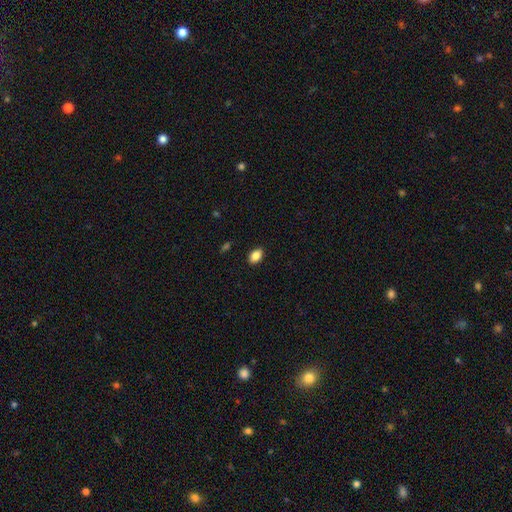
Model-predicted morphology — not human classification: A smooth galaxy with no disk features (87%) that is in between round and cigar-shaped (87%).

Vote fractions:
- Smooth or featured? smooth: 87% / star or artifact: 8% / featured or disk: 4%
- How rounded? in between: 87% / round: 11% / cigar-shaped: 2%
- Merging? none: 89% / minor disturbance: 8% / major disturbance: 2% / merger: 1%